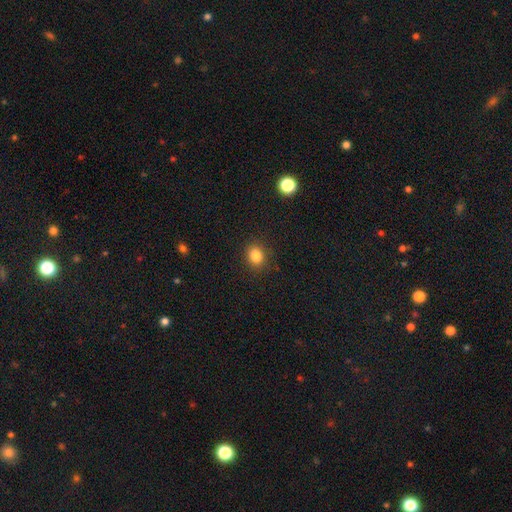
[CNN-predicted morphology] Smooth or featured?
  - smooth: 84% *
  - star or artifact: 11%
  - featured or disk: 5%
How rounded?
  - round: 60% *
  - in between: 39%
  - cigar-shaped: 1%
Merging?
  - none: 88% *
  - minor disturbance: 8%
  - major disturbance: 2%
  - merger: 1%